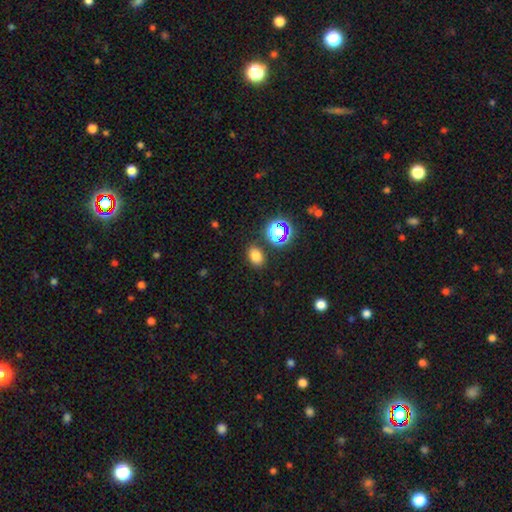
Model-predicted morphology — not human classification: smooth_or_featured: smooth (p=0.76) [alt: star or artifact p=0.19]
how_rounded: in between (p=0.72) [alt: round p=0.27]
merging: none (p=0.82) [alt: minor disturbance p=0.11]